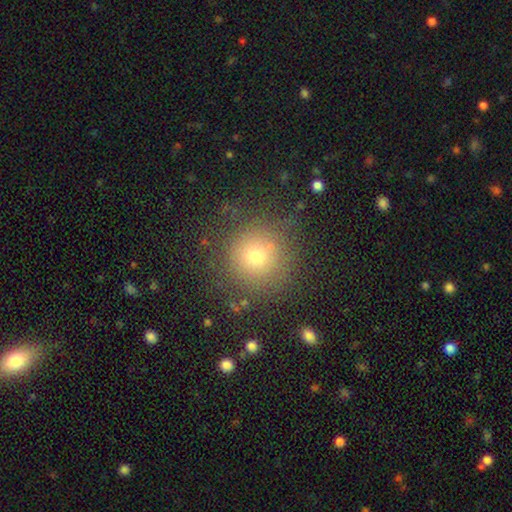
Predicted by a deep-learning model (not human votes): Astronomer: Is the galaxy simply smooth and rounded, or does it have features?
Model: smooth — 72%.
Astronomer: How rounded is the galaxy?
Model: round — 94%.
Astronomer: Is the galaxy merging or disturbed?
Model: none — 79%.